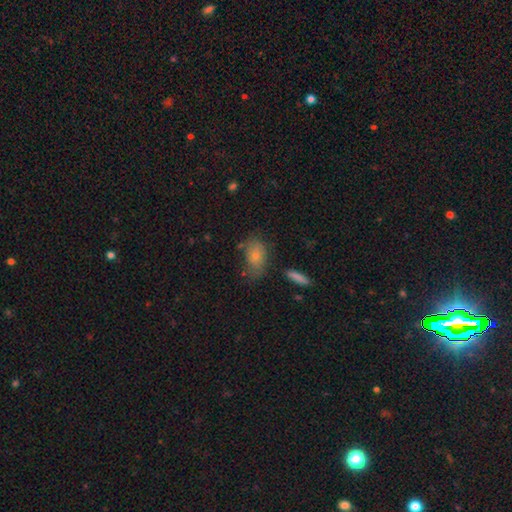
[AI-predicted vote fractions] Smooth or featured? Predicted: smooth (p=0.75). How rounded? Predicted: in between (p=0.85). Merging? Predicted: none (p=0.57).